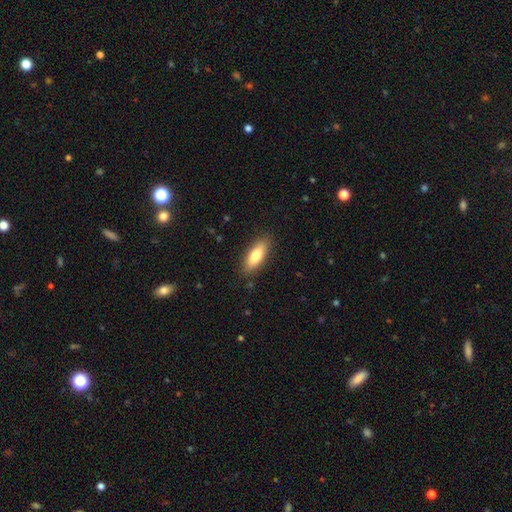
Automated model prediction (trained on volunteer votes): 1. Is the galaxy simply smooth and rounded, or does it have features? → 79% smooth, 15% featured or disk, 6% star or artifact.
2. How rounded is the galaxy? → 69% in between, 29% cigar-shaped, 2% round.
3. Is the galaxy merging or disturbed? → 86% none, 11% minor disturbance, 2% major disturbance, 1% merger.